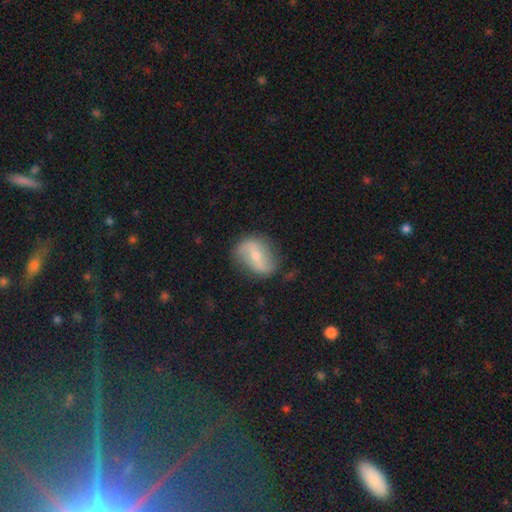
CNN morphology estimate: Smooth or featured?
  - featured or disk: 67% *
  - smooth: 26%
  - star or artifact: 7%
Edge-on disk?
  - no: 94% *
  - yes: 6%
Bar?
  - strong: 41% *
  - weak: 34%
  - no: 25%
Spiral arms?
  - yes: 82% *
  - no: 18%
Spiral winding?
  - loose: 66% *
  - medium: 24%
  - tight: 10%
Spiral arm count?
  - 2: 88% *
  - can't tell: 6%
  - 1: 3%
  - 3: 1%
  - 4: 1%
  - more than 4: 1%
Bulge size?
  - small: 56% *
  - moderate: 39%
  - none: 3%
  - large: 2%
  - dominant: 1%
Merging?
  - none: 74% *
  - minor disturbance: 18%
  - major disturbance: 6%
  - merger: 2%